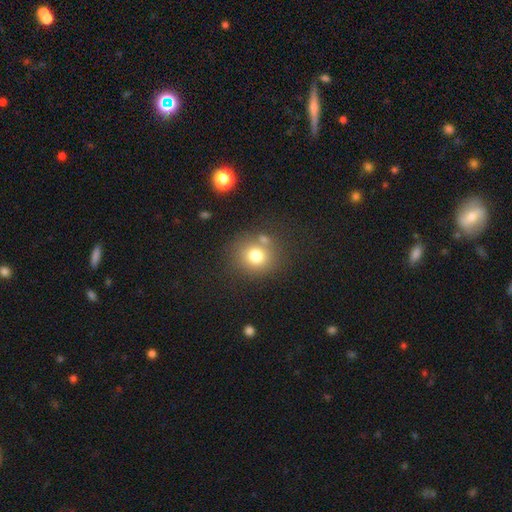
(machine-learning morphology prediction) Smooth or featured: smooth — 76% (star or artifact — 13%)
How rounded: round — 85% (in between — 14%)
Merging: none — 70% (merger — 14%)